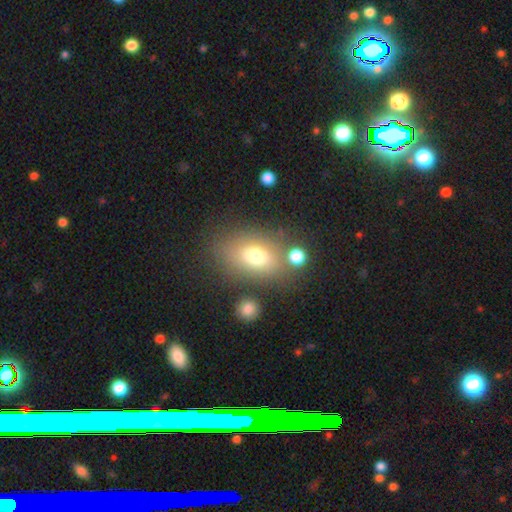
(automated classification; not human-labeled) Smooth or featured? smooth (72%)
How rounded? in between (75%)
Merging? none (68%)